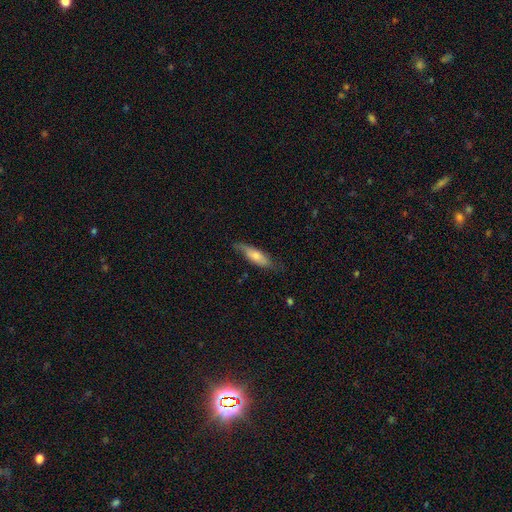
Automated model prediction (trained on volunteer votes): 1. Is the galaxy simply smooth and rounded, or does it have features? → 65% smooth, 29% featured or disk, 6% star or artifact.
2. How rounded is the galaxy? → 52% cigar-shaped, 46% in between, 2% round.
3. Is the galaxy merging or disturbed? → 65% none, 26% minor disturbance, 7% major disturbance, 2% merger.